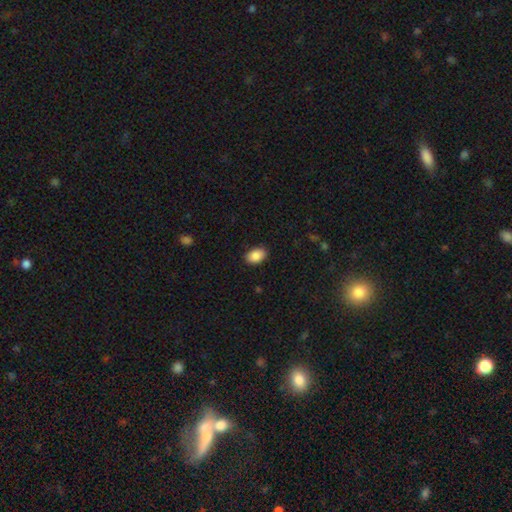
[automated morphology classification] This is clearly a smooth galaxy (88%). How rounded: clearly in between (89%). Merging: clearly none (88%).